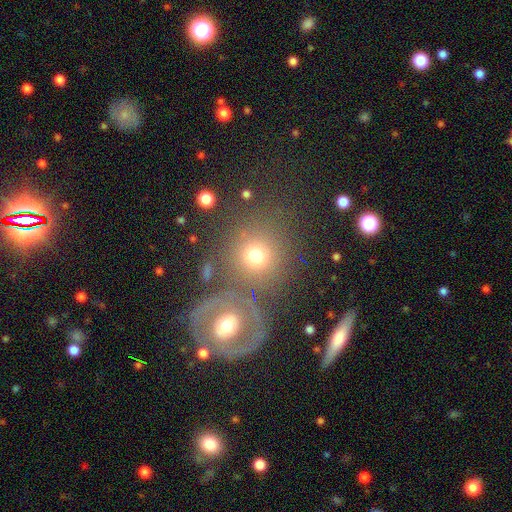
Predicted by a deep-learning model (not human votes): Q: Smooth or featured?
A: smooth (68%); runner-up: featured or disk (19%)
Q: How rounded?
A: round (84%); runner-up: in between (15%)
Q: Merging?
A: none (56%); runner-up: merger (28%)